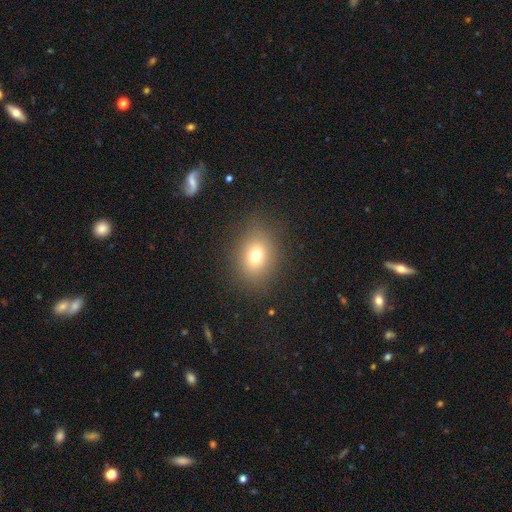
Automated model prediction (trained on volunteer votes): smooth-or-featured: smooth: 72% | star or artifact: 15% | featured or disk: 12%
  how-rounded: in between: 52% | round: 47% | cigar-shaped: 1%
  merging: none: 84% | minor disturbance: 10% | major disturbance: 5% | merger: 1%